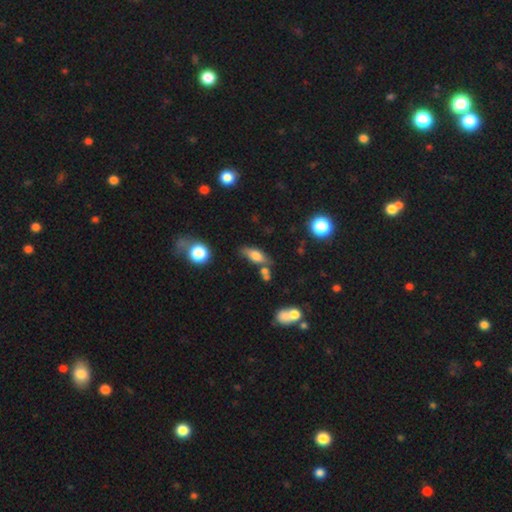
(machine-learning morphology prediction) smooth_or_featured: smooth (p=0.66) [alt: featured or disk p=0.24]
how_rounded: in between (p=0.71) [alt: cigar-shaped p=0.23]
merging: none (p=0.59) [alt: minor disturbance p=0.20]